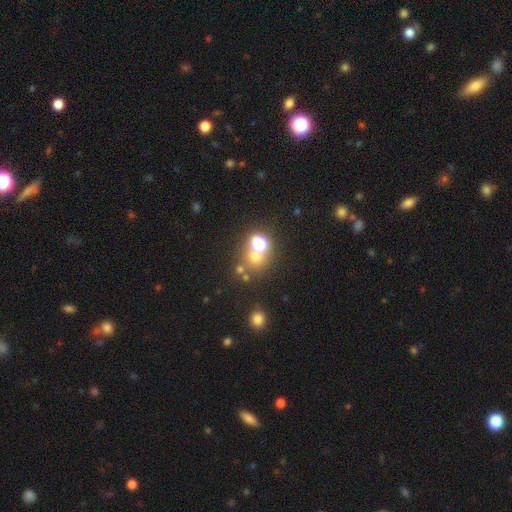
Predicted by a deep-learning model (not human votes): This appears to be a smooth galaxy with no disk features (58%) that is round (77%). Merging: none (50%).